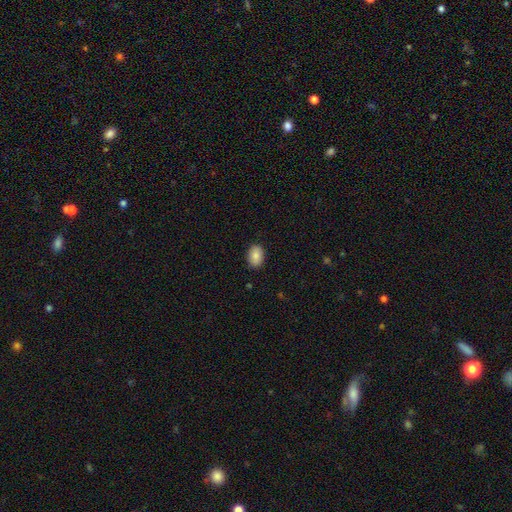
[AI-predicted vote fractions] A smooth galaxy with no disk features (87%) that is in between round and cigar-shaped (83%).

Vote fractions:
- Smooth or featured? smooth: 87% / star or artifact: 7% / featured or disk: 6%
- How rounded? in between: 83% / round: 16% / cigar-shaped: 1%
- Merging? none: 89% / minor disturbance: 9% / major disturbance: 2% / merger: 1%